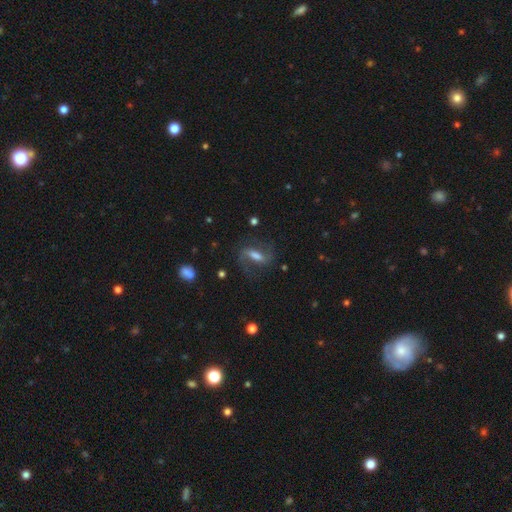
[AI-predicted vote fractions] Morphology: type=featured or disk (69%); edge-on=no (90%); bar=strong (49%); spiral arms=yes (91%); winding=loose (44%, tied with medium); arm count=2 (87%); bulge=moderate (43%); merging=none (68%).